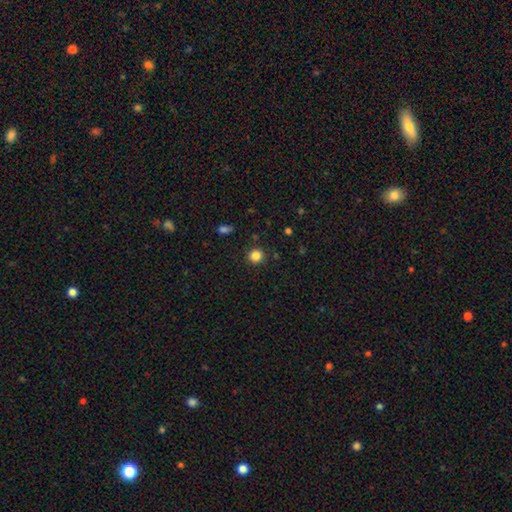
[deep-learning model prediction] A smooth galaxy with no disk features (84%) that is round (93%). Merging: none (90%).